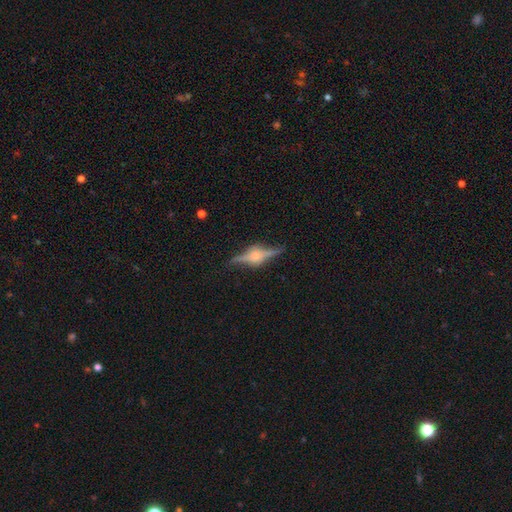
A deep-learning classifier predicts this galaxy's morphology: Smooth or featured? Predicted: featured or disk (p=0.82). Edge-on disk? Predicted: yes (p=0.97). Edge-on bulge? Predicted: rounded (p=0.85). Merging? Predicted: none (p=0.84).